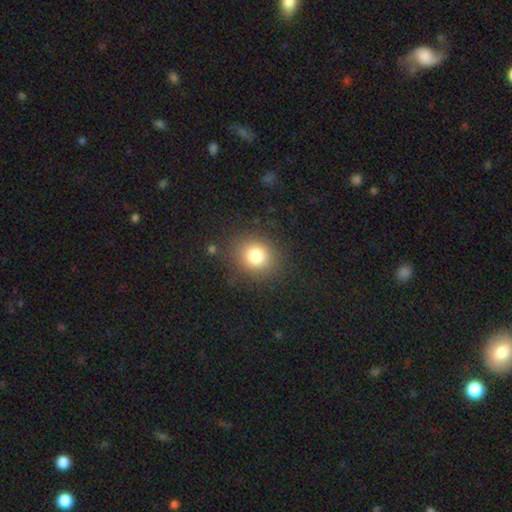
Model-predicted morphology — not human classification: A smooth galaxy with no disk features (80%) that is round (82%).

Vote fractions:
- Smooth or featured? smooth: 80% / star or artifact: 12% / featured or disk: 8%
- How rounded? round: 82% / in between: 17% / cigar-shaped: 1%
- Merging? none: 85% / minor disturbance: 9% / major disturbance: 4% / merger: 2%